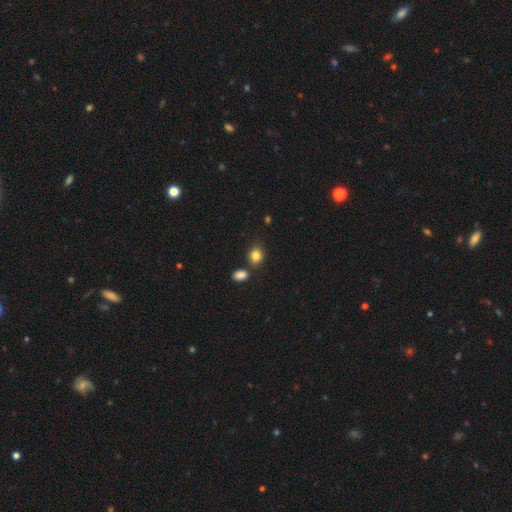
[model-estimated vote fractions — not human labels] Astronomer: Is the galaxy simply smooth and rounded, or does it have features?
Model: smooth — 84%.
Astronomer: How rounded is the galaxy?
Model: in between — 50% (runner-up: round, 49%).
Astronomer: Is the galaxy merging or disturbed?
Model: none — 71%.